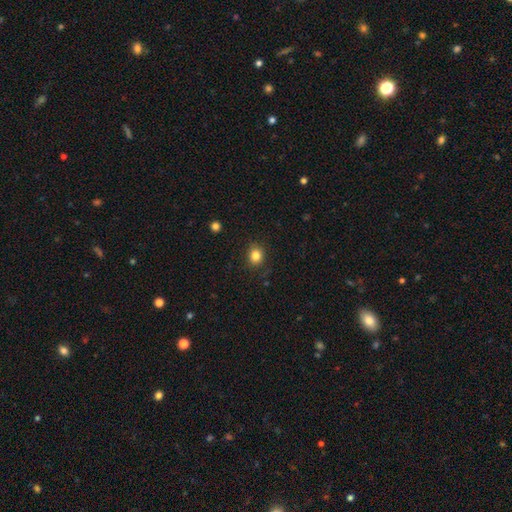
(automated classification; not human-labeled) Smooth or featured: smooth — 83% (star or artifact — 11%)
How rounded: round — 70% (in between — 29%)
Merging: none — 84% (minor disturbance — 11%)